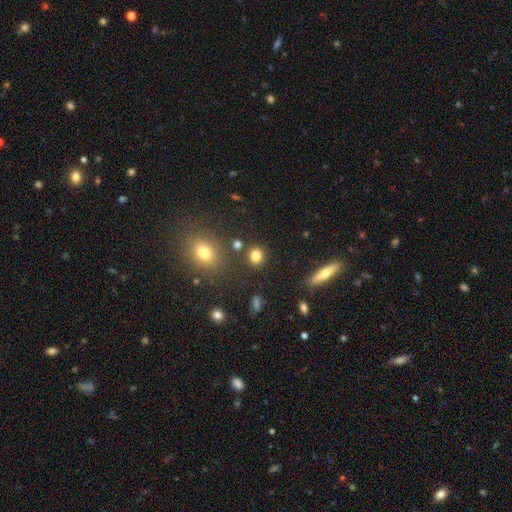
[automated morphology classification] A smooth galaxy with no disk features (80%) that is round (80%). Merging: none (83%).